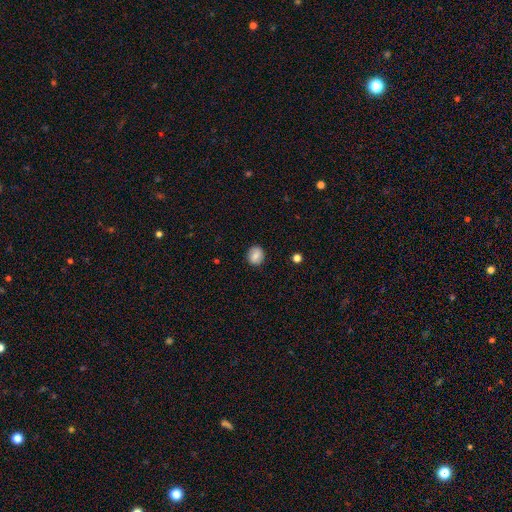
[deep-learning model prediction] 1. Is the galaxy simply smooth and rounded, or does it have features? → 80% smooth, 11% featured or disk, 9% star or artifact.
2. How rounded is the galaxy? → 71% round, 28% in between, 1% cigar-shaped.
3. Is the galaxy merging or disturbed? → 87% none, 10% minor disturbance, 2% major disturbance, 1% merger.